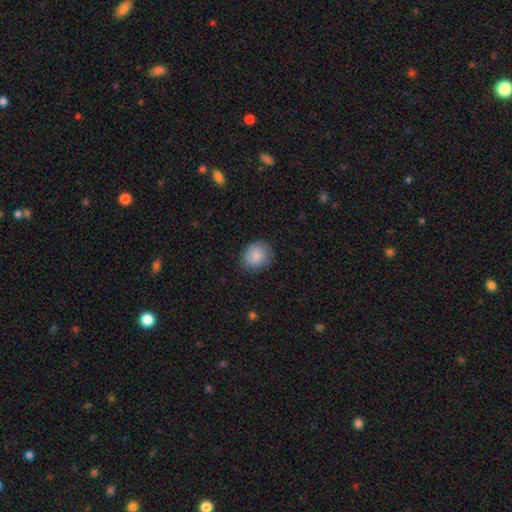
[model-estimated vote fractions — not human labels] This is clearly a smooth galaxy (87%). How rounded: likely round (77%). Merging: clearly none (81%).